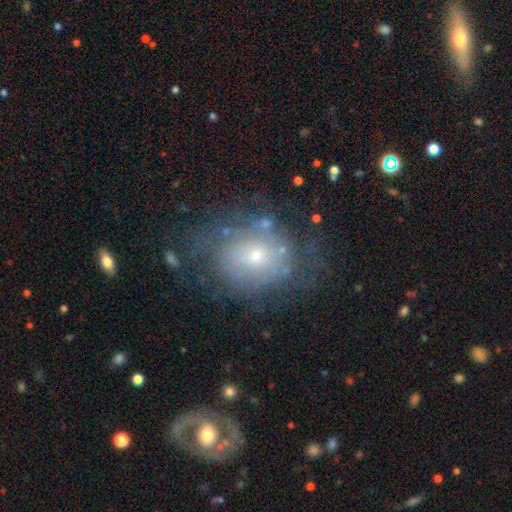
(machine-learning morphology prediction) Smooth or featured? featured or disk (53%)
Edge-on disk? no (96%)
Bar? no (77%)
Spiral arms? yes (50%, tied with no)
Bulge size? small (53%)
Merging? none (56%)